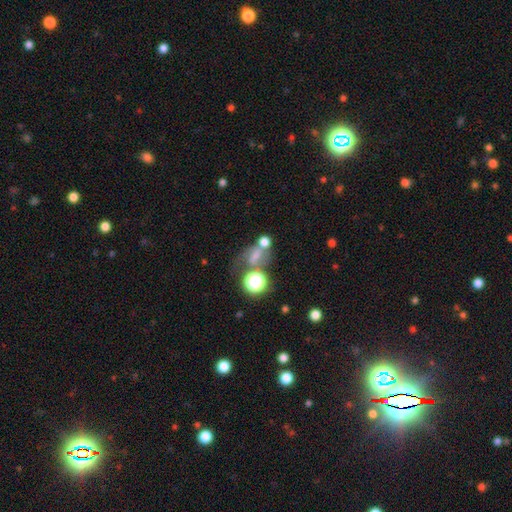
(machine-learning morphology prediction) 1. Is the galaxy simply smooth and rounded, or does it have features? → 46% smooth, 32% featured or disk, 23% star or artifact.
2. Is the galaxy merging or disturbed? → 36% none, 32% merger, 16% major disturbance, 15% minor disturbance.